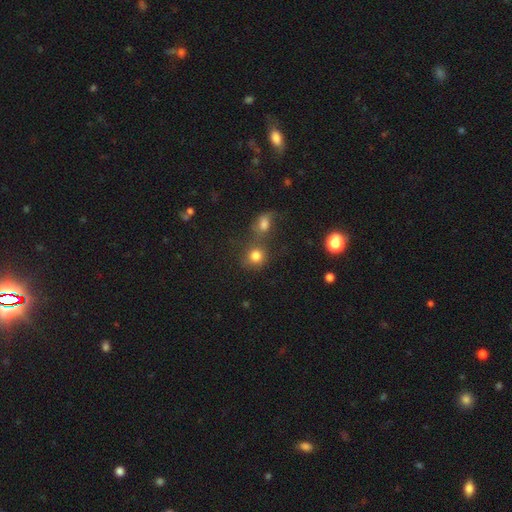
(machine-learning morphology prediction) Q: Smooth or featured?
A: smooth (79%); runner-up: star or artifact (13%)
Q: How rounded?
A: round (82%); runner-up: in between (17%)
Q: Merging?
A: none (44%); runner-up: merger (41%)